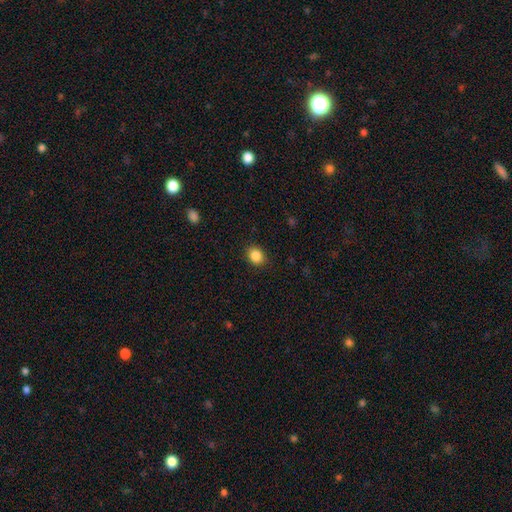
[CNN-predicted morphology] smooth-or-featured: smooth: 87% | star or artifact: 10% | featured or disk: 4%
  how-rounded: round: 54% | in between: 45% | cigar-shaped: 1%
  merging: none: 89% | minor disturbance: 8% | major disturbance: 2% | merger: 1%